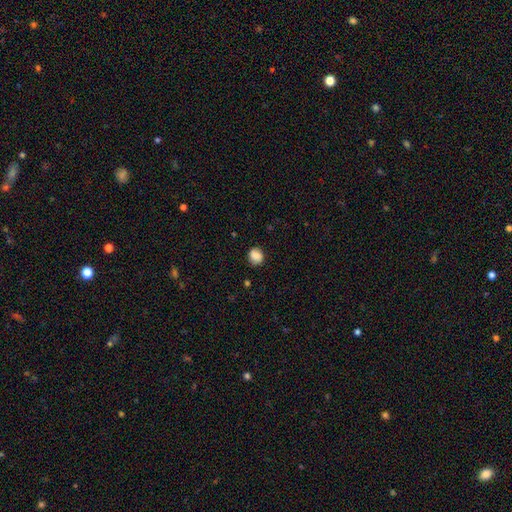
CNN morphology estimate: Smooth or featured? Predicted: smooth (p=0.86). How rounded? Predicted: round (p=0.75). Merging? Predicted: none (p=0.81).